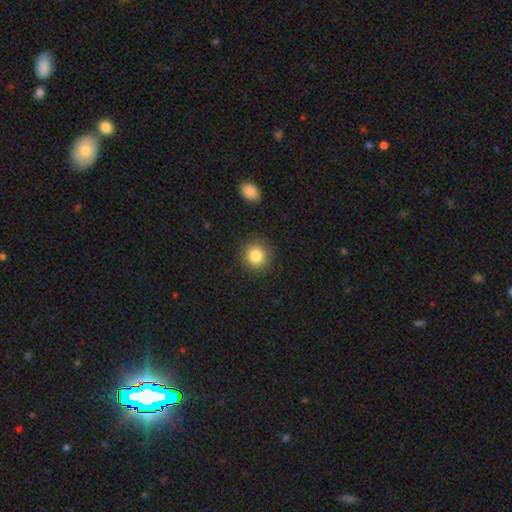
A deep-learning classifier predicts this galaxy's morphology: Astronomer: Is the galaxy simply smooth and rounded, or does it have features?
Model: smooth — 85%.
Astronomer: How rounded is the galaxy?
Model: round — 92%.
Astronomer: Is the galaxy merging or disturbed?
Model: none — 88%.